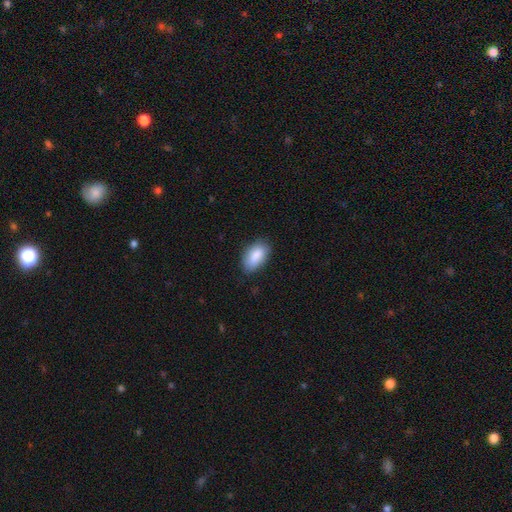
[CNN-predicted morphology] type=smooth (87%); roundness=in between (93%); merging=none (76%).